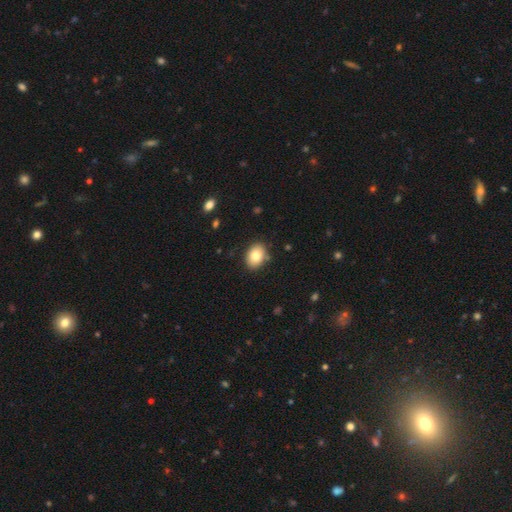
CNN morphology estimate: type=smooth (81%); roundness=in between (71%); merging=none (86%).